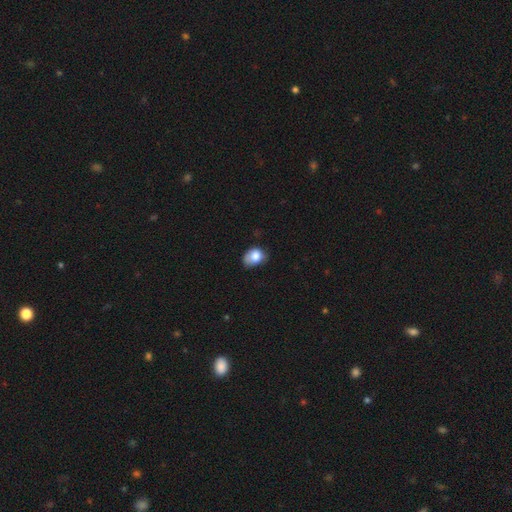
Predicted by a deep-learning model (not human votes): A smooth galaxy with no disk features (76%) that is in between round and cigar-shaped (65%). Merging: none (44%).